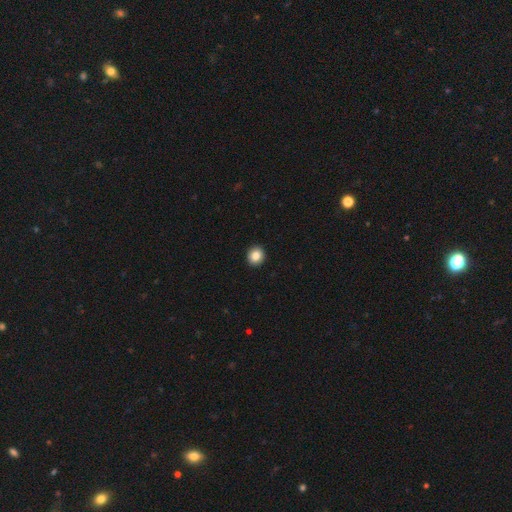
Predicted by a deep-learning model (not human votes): smooth_or_featured: smooth (p=0.85) [alt: star or artifact p=0.09]
how_rounded: round (p=0.82) [alt: in between p=0.17]
merging: none (p=0.93) [alt: minor disturbance p=0.05]